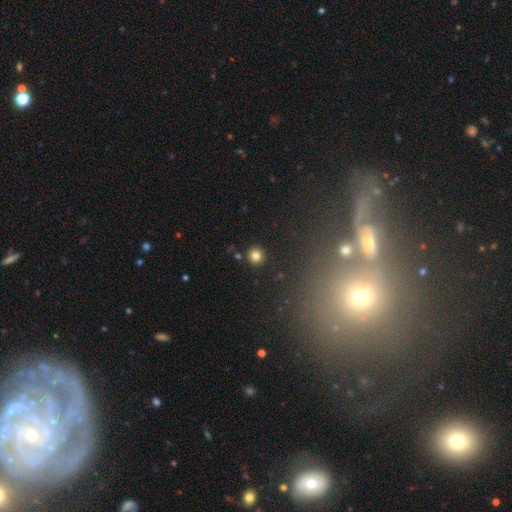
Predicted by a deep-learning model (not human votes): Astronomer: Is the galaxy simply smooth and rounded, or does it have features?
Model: smooth — 81%.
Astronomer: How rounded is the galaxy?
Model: round — 95%.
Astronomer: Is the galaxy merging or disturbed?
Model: none — 91%.